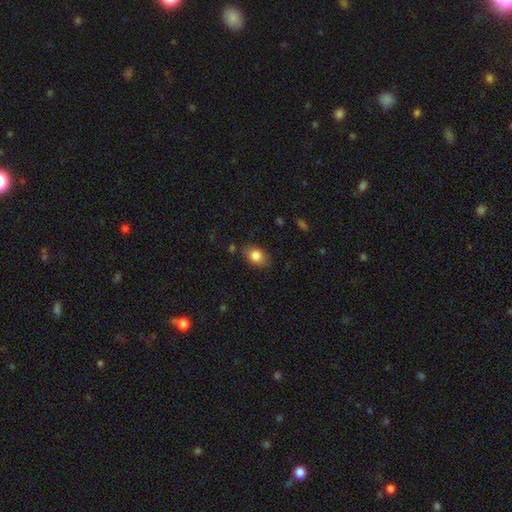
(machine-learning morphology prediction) Smooth or featured: smooth — 83% (star or artifact — 9%)
How rounded: in between — 74% (round — 24%)
Merging: none — 79% (minor disturbance — 15%)